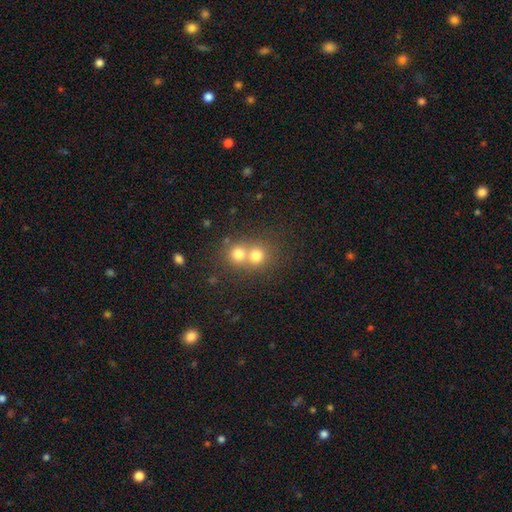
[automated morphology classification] Smooth or featured? Predicted: smooth (p=0.73). How rounded? Predicted: round (p=0.85). Merging? Predicted: merger (p=0.58).